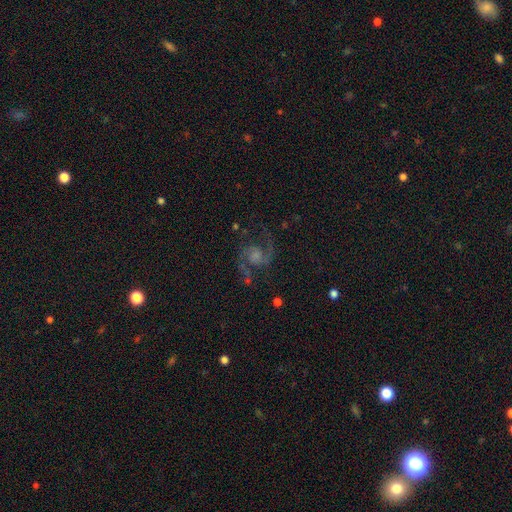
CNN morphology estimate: A featured or disk galaxy (86%) with no bar (58%), 2 (93%) medium (55%) spiral arms (97%) and a small central bulge (35%).

Vote fractions:
- Smooth or featured? featured or disk: 86% / star or artifact: 9% / smooth: 5%
- Edge-on disk? no: 98% / yes: 2%
- Bar? no: 58% / weak: 34% / strong: 7%
- Spiral arms? yes: 97% / no: 3%
- Spiral winding? medium: 55% / loose: 33% / tight: 11%
- Spiral arm count? 2: 93% / can't tell: 2% / 1: 2% / 3: 1% / 4: 1% / more than 4: 1%
- Bulge size? small: 35% / moderate: 34% / none: 20% / large: 9% / dominant: 2%
- Merging? none: 76% / minor disturbance: 13% / major disturbance: 9% / merger: 2%